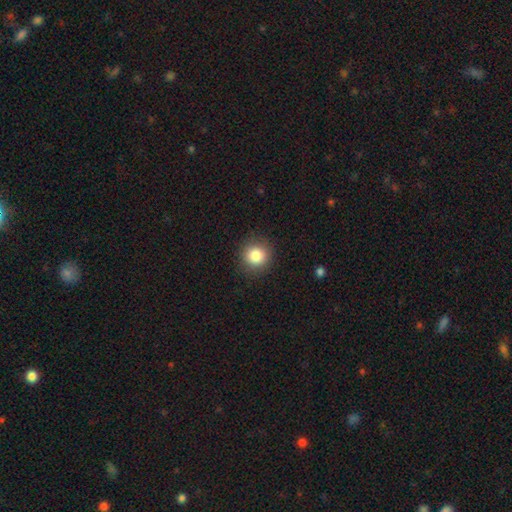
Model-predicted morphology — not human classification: A smooth galaxy with no disk features (84%) that is round (92%). Merging: none (90%).